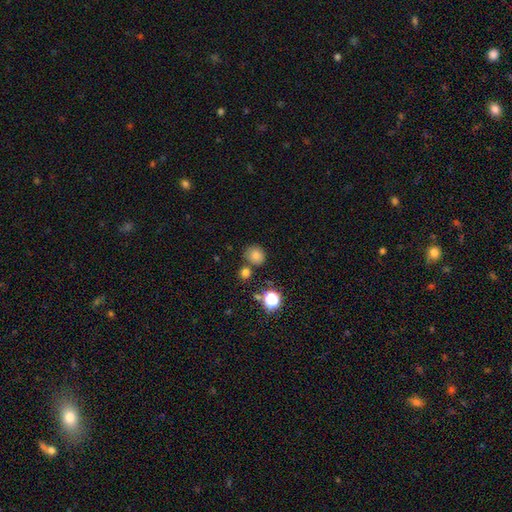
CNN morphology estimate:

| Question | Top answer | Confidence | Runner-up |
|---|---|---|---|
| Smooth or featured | smooth | 78% | star or artifact (15%) |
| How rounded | round | 75% | in between (24%) |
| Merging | none | 68% | merger (14%) |